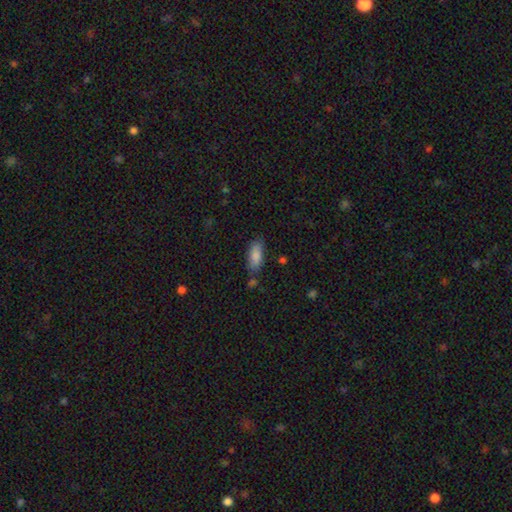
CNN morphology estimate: Q: Smooth or featured?
A: smooth (84%); runner-up: featured or disk (9%)
Q: How rounded?
A: in between (78%); runner-up: cigar-shaped (20%)
Q: Merging?
A: none (72%); runner-up: minor disturbance (18%)